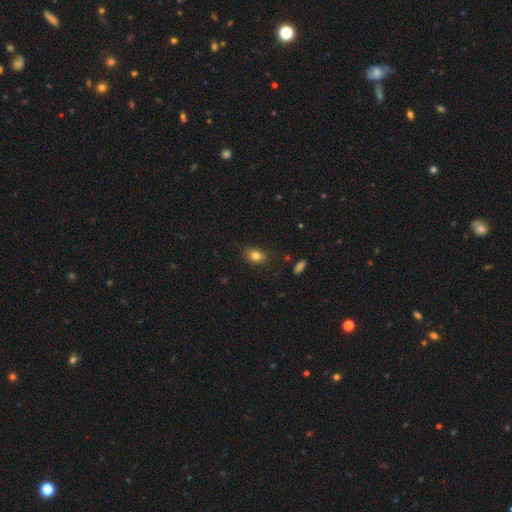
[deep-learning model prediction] This appears to be a smooth galaxy with no disk features (82%) that is in between round and cigar-shaped (76%). Merging: none (81%).